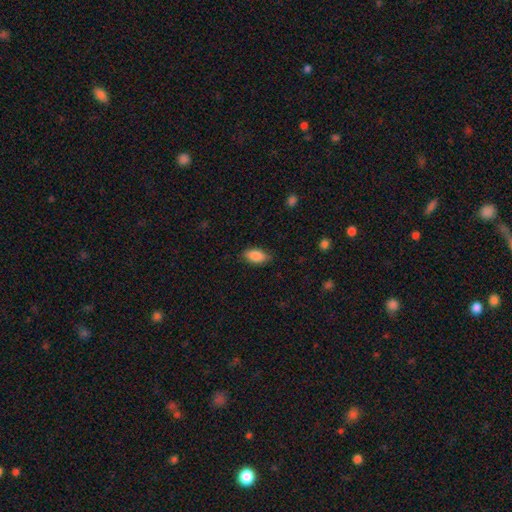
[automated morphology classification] Q: Smooth or featured?
A: smooth (87%); runner-up: star or artifact (7%)
Q: How rounded?
A: in between (92%); runner-up: cigar-shaped (5%)
Q: Merging?
A: none (83%); runner-up: minor disturbance (13%)